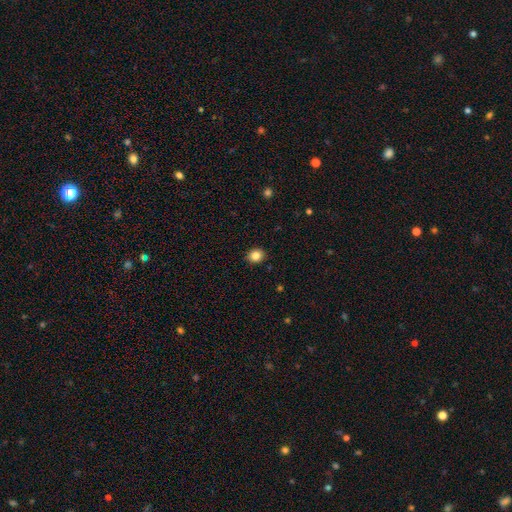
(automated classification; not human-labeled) smooth 84%, star or artifact 10%, featured or disk 6%. Down the decision tree: how rounded — round (66%); merging — none (91%).